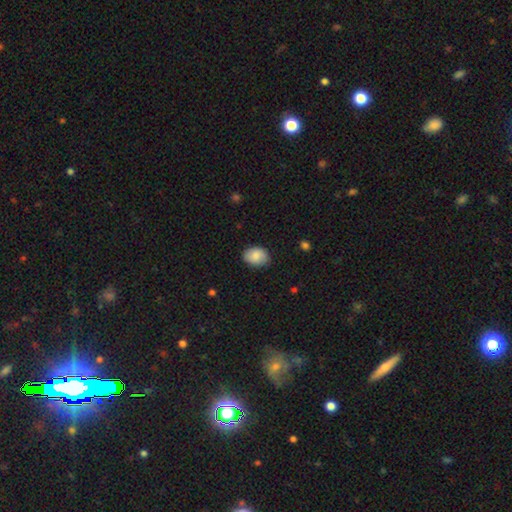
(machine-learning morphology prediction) smooth 87%, star or artifact 7%, featured or disk 6%. Down the decision tree: how rounded — in between (71%); merging — none (82%).